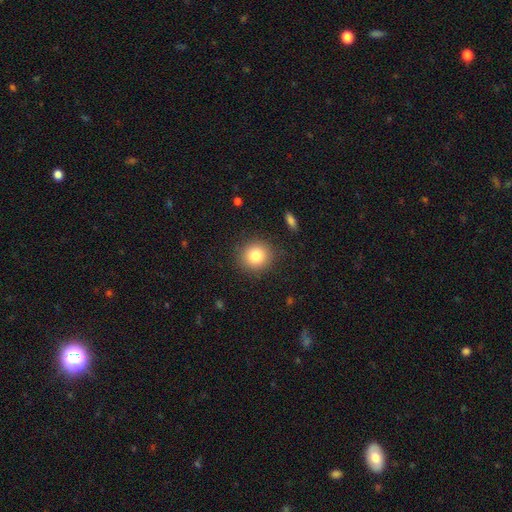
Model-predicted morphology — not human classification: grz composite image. It shows a smooth galaxy with no disk features (82%) that is round (88%). Merging: none (89%).